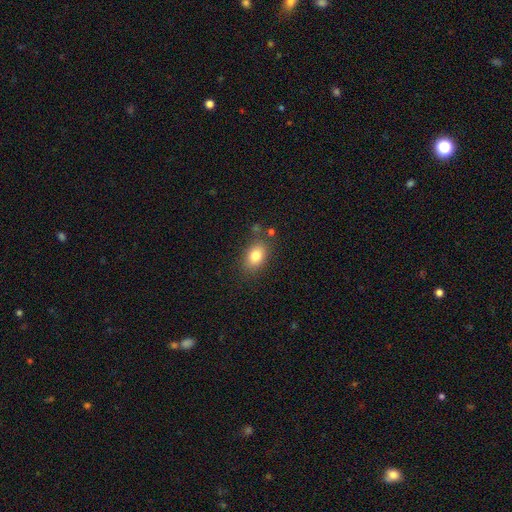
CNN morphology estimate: smooth-or-featured: smooth: 80% | featured or disk: 10% | star or artifact: 10%
  how-rounded: in between: 77% | round: 21% | cigar-shaped: 2%
  merging: none: 78% | minor disturbance: 13% | merger: 4% | major disturbance: 4%